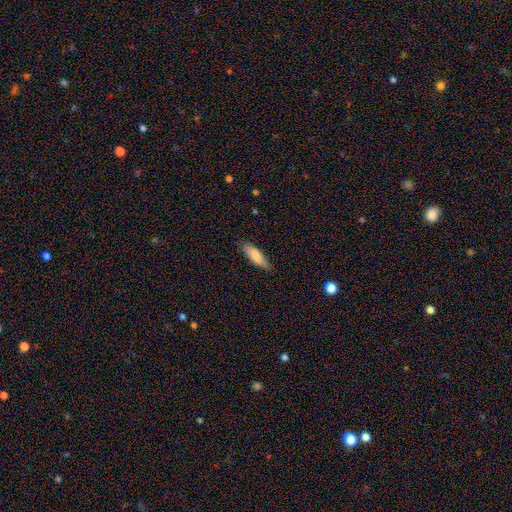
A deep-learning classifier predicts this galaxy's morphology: Smooth or featured? smooth (82%)
How rounded? cigar-shaped (54%)
Merging? none (84%)